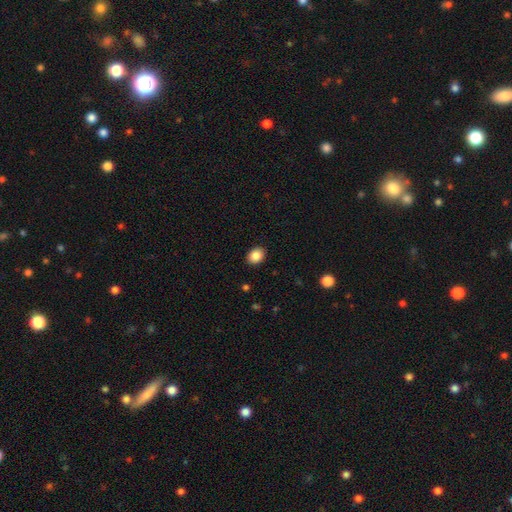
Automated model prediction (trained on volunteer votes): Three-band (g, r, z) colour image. It shows a smooth galaxy with no disk features (87%) that is in between round and cigar-shaped (54%). Merging: none (90%).